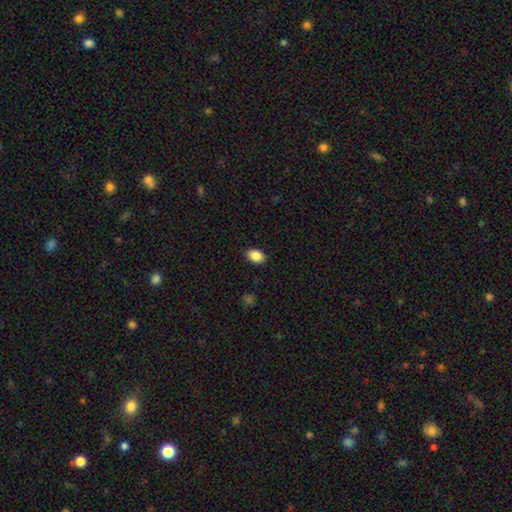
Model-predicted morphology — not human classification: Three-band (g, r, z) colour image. It shows a smooth galaxy with no disk features (88%) that is in between round and cigar-shaped (85%). Merging: none (89%).